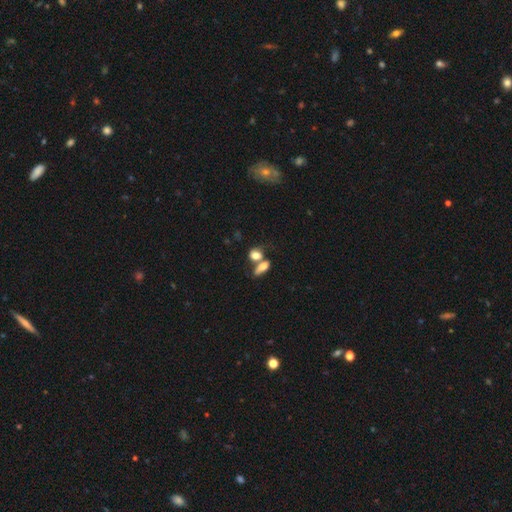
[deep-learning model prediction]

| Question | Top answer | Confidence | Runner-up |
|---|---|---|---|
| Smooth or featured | smooth | 76% | featured or disk (14%) |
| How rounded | in between | 57% | round (36%) |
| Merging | merger | 49% | none (35%) |